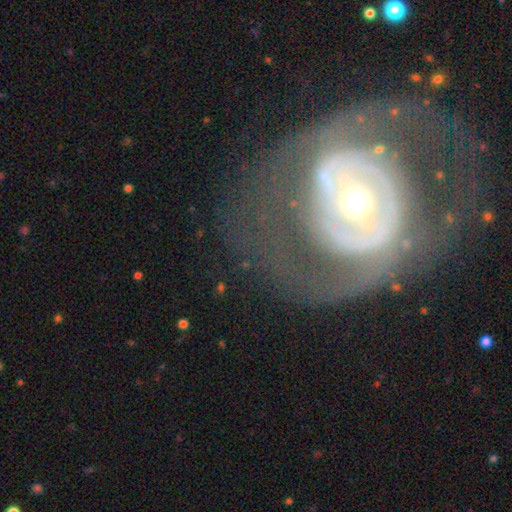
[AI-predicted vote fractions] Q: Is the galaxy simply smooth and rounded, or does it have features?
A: featured or disk — 77%.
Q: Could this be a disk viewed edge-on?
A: no — 95%.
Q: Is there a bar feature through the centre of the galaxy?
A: no — 61%.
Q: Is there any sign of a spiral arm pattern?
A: yes — 52%.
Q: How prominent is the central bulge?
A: small — 47%.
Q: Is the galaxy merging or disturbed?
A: none — 61%.